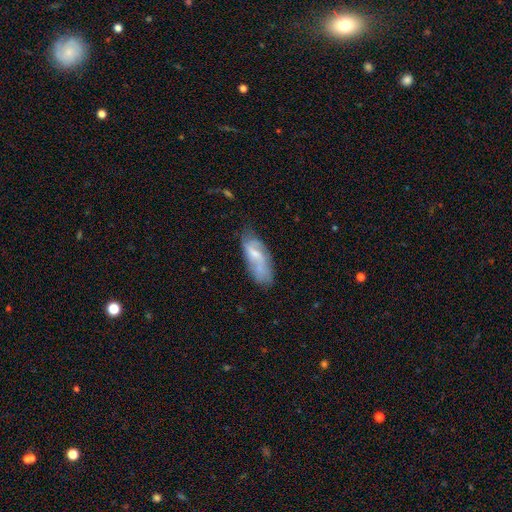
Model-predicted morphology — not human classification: Smooth or featured: featured or disk — 56% (smooth — 36%)
Edge-on disk: no — 89% (yes — 11%)
Merging: none — 55% (minor disturbance — 28%)